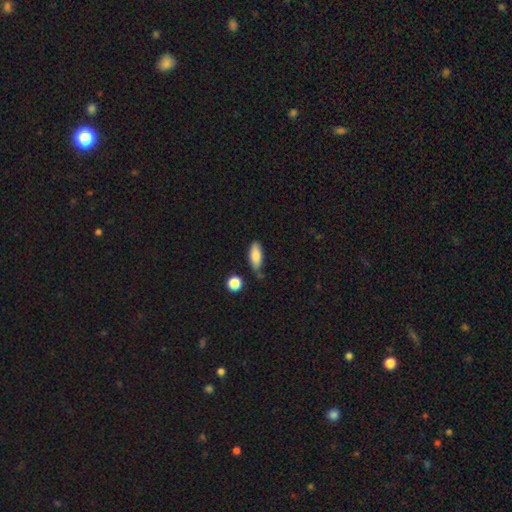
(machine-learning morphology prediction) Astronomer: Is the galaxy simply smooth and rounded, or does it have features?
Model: smooth — 82%.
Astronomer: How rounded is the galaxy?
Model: in between — 78%.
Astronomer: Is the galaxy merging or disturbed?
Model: none — 65%.